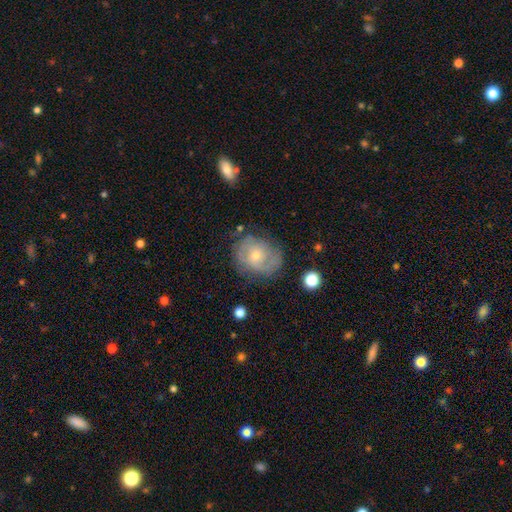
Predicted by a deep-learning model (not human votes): Smooth or featured? Predicted: featured or disk (p=0.65). Edge-on disk? Predicted: no (p=0.97). Bar? Predicted: no (p=0.73). Spiral arms? Predicted: yes (p=0.77). Bulge size? Predicted: small (p=0.60). Merging? Predicted: none (p=0.64).